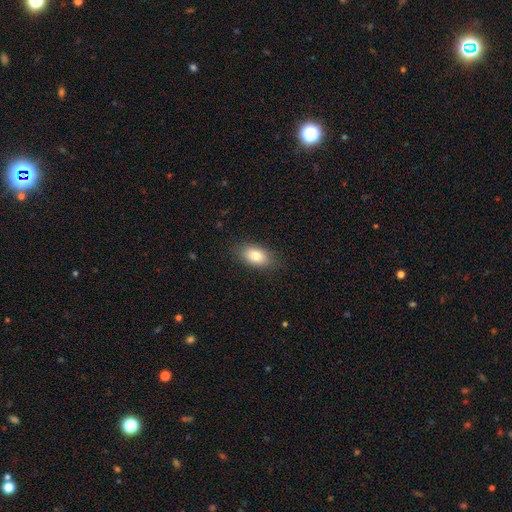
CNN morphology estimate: Smooth or featured: smooth — 80% (featured or disk — 12%)
How rounded: in between — 88% (round — 10%)
Merging: none — 85% (minor disturbance — 11%)